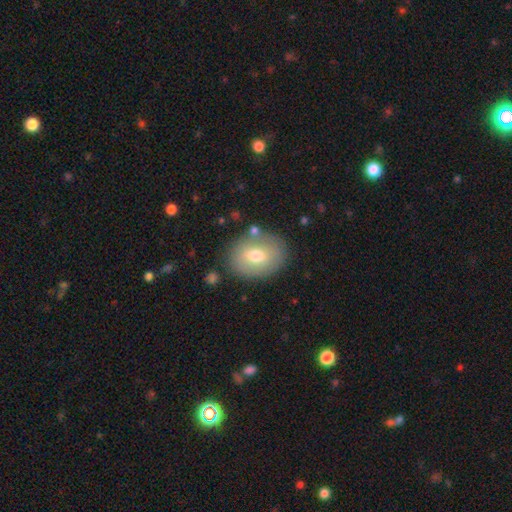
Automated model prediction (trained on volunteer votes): Morphology: type=smooth (62%); roundness=in between (59%); merging=none (77%).